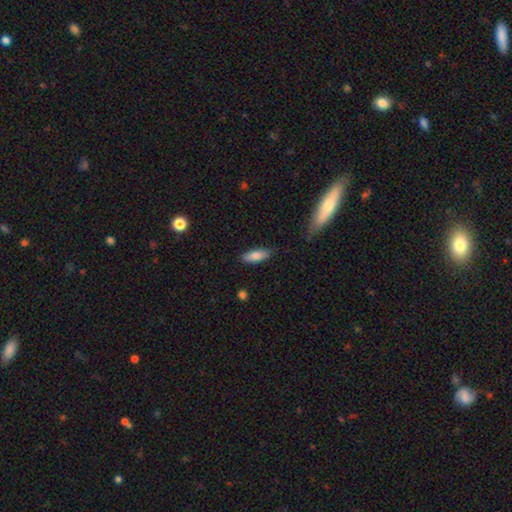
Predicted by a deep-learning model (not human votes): This is clearly a smooth galaxy (82%). How rounded: likely in between (69%). Merging: clearly none (81%).